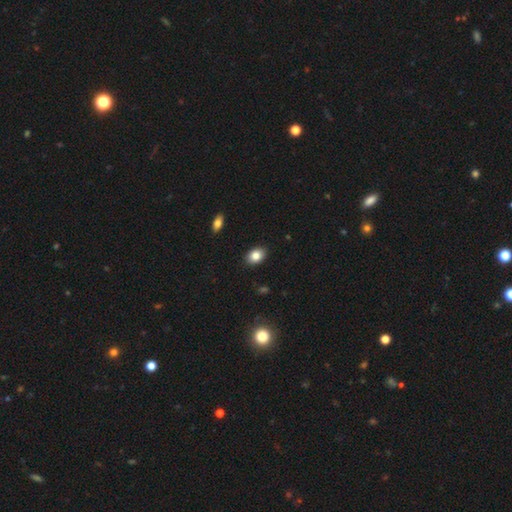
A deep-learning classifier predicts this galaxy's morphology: Q: Smooth or featured?
A: smooth (84%); runner-up: star or artifact (9%)
Q: How rounded?
A: in between (79%); runner-up: round (20%)
Q: Merging?
A: none (89%); runner-up: minor disturbance (8%)